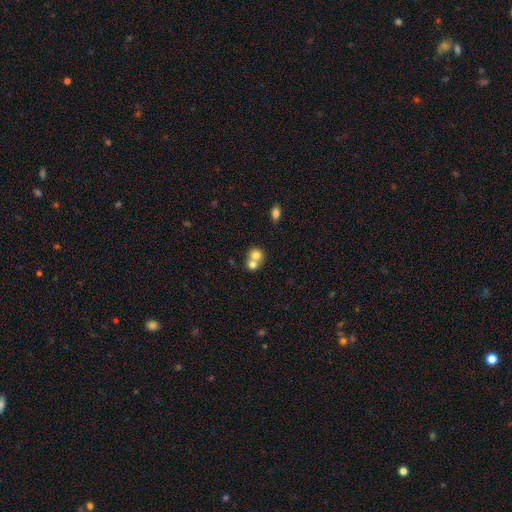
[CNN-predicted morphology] smooth-or-featured: smooth: 73% | featured or disk: 17% | star or artifact: 10%
  how-rounded: round: 79% | in between: 20% | cigar-shaped: 1%
  merging: merger: 61% | none: 31% | minor disturbance: 5% | major disturbance: 2%